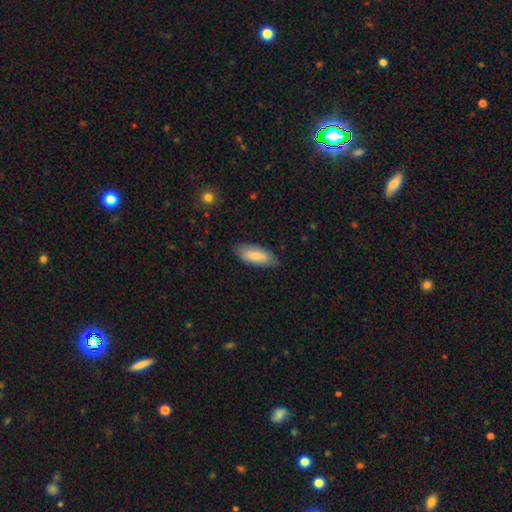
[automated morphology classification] smooth_or_featured: smooth (p=0.79) [alt: featured or disk p=0.15]
how_rounded: in between (p=0.82) [alt: cigar-shaped p=0.16]
merging: none (p=0.81) [alt: minor disturbance p=0.15]